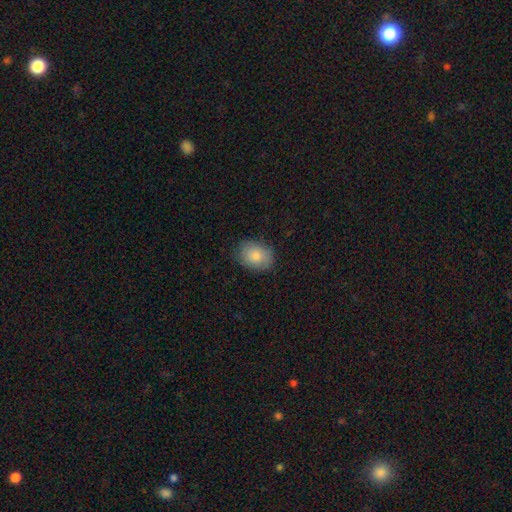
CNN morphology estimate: Q: Smooth or featured?
A: smooth (83%); runner-up: featured or disk (10%)
Q: How rounded?
A: in between (67%); runner-up: round (33%)
Q: Merging?
A: none (79%); runner-up: minor disturbance (16%)